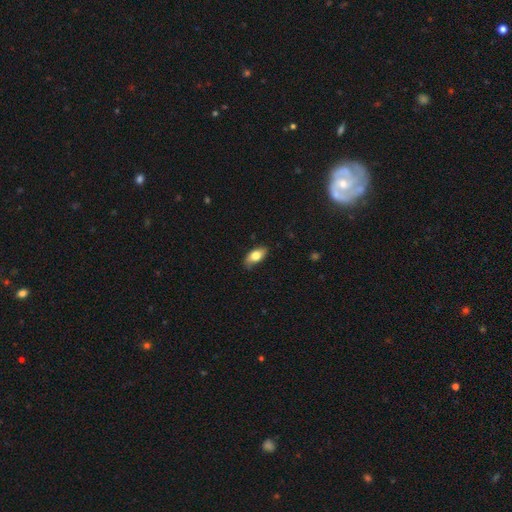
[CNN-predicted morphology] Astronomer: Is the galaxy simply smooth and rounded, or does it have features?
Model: smooth — 76%.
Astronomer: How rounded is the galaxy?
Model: in between — 89%.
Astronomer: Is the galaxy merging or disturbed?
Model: none — 81%.